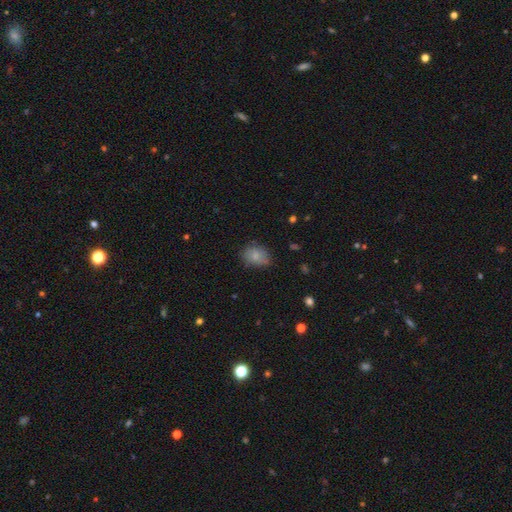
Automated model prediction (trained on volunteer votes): A smooth galaxy with no disk features (81%) that is in between round and cigar-shaped (69%).

Vote fractions:
- Smooth or featured? smooth: 81% / featured or disk: 11% / star or artifact: 8%
- How rounded? in between: 69% / round: 30% / cigar-shaped: 1%
- Merging? none: 70% / minor disturbance: 23% / major disturbance: 5% / merger: 1%